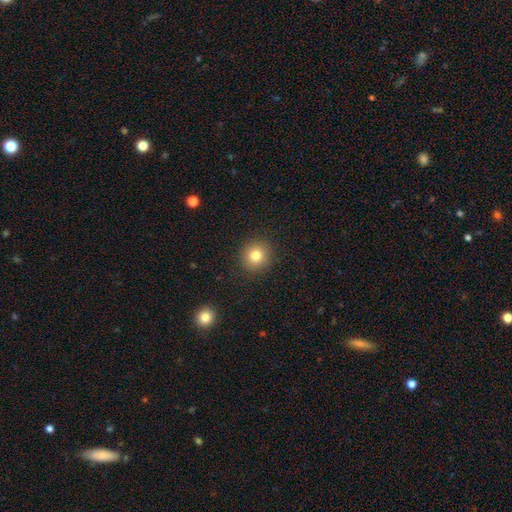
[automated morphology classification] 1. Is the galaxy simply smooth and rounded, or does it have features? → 80% smooth, 12% star or artifact, 8% featured or disk.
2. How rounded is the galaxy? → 92% round, 7% in between, 1% cigar-shaped.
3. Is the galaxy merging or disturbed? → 90% none, 6% minor disturbance, 2% major disturbance, 1% merger.